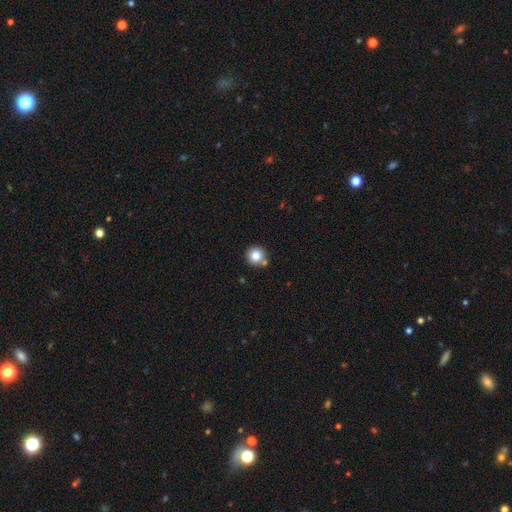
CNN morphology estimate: smooth 83%, star or artifact 10%, featured or disk 7%. Down the decision tree: how rounded — round (94%); merging — none (75%).